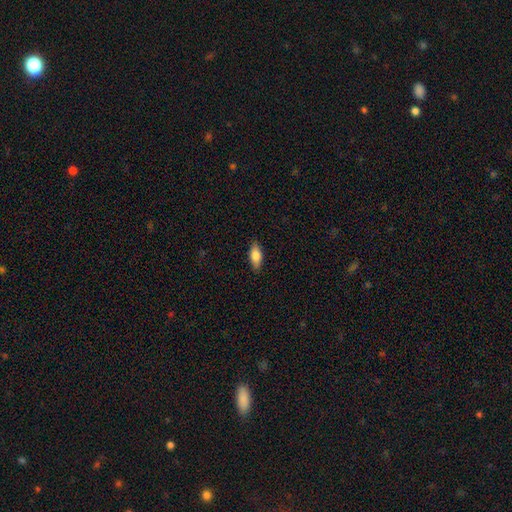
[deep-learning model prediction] Q: Smooth or featured?
A: smooth (79%); runner-up: featured or disk (14%)
Q: How rounded?
A: in between (82%); runner-up: cigar-shaped (15%)
Q: Merging?
A: none (87%); runner-up: minor disturbance (10%)